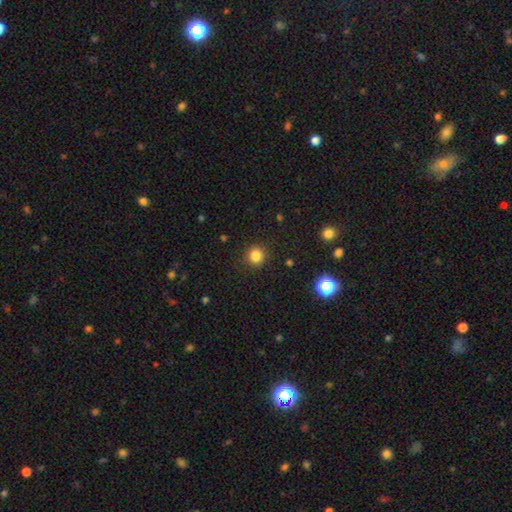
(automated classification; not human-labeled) Smooth or featured: smooth — 83% (star or artifact — 12%)
How rounded: round — 92% (in between — 7%)
Merging: none — 90% (minor disturbance — 6%)